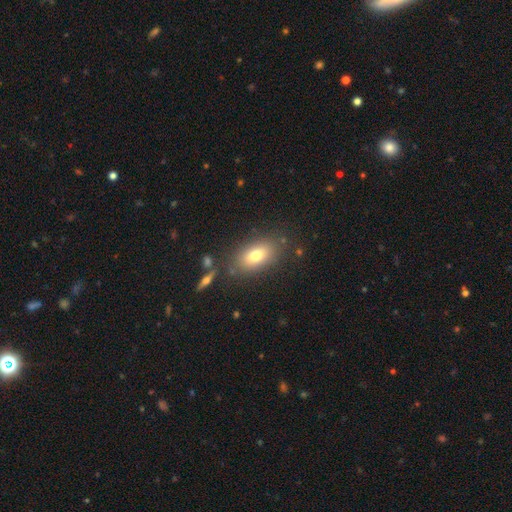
Q: Smooth or featured?
A: smooth (79%); runner-up: featured or disk (15%)
Q: How rounded?
A: in between (94%); runner-up: cigar-shaped (6%)
Q: Merging?
A: none (89%); runner-up: minor disturbance (8%)